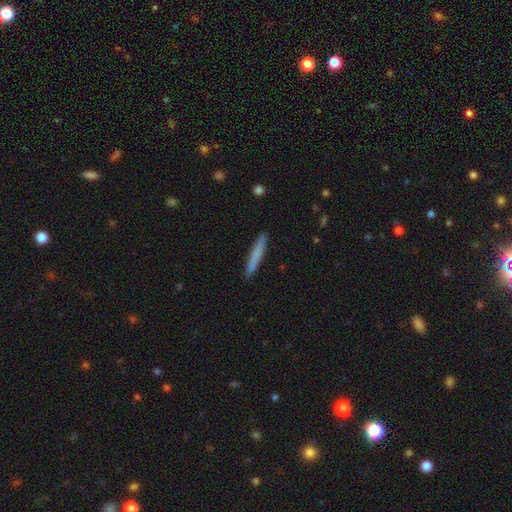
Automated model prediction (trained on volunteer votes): This appears to be a smooth galaxy with no disk features (74%) that is cigar-shaped (96%). Merging: none (91%).